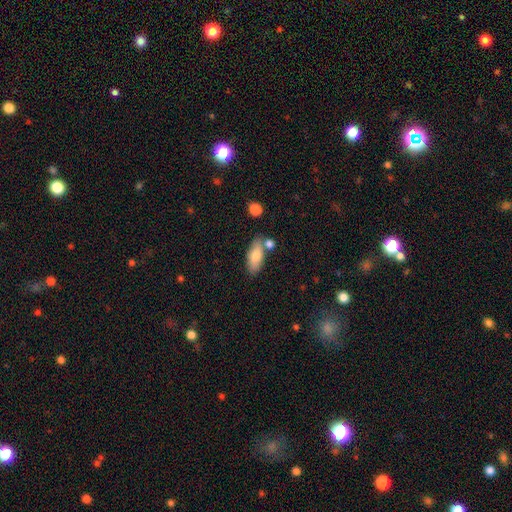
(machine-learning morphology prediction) Smooth or featured?
  - smooth: 76% *
  - featured or disk: 17%
  - star or artifact: 7%
How rounded?
  - in between: 81% *
  - cigar-shaped: 16%
  - round: 3%
Merging?
  - none: 68% *
  - merger: 14%
  - minor disturbance: 14%
  - major disturbance: 3%